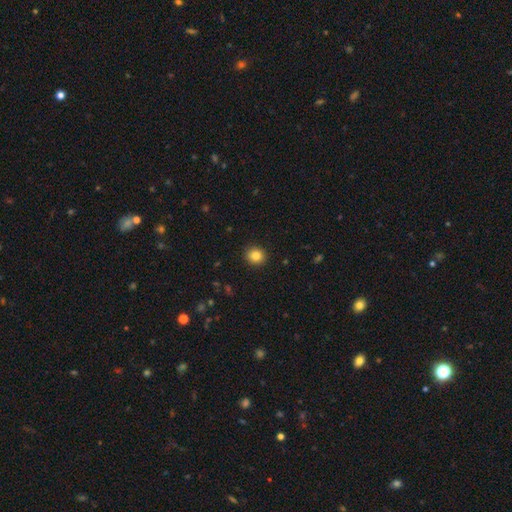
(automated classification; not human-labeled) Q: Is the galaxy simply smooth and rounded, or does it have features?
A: smooth — 84%.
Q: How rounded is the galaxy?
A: round — 83%.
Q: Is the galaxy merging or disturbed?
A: none — 91%.